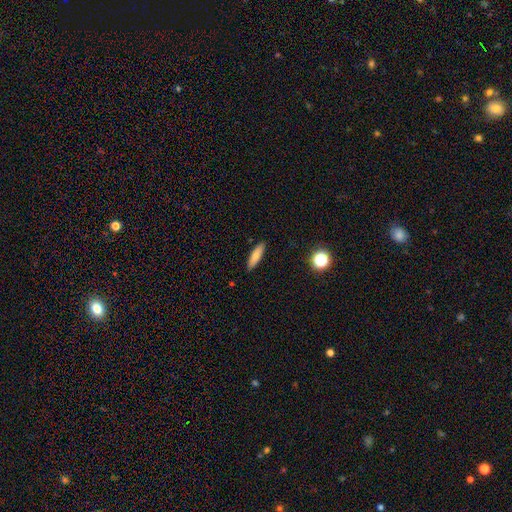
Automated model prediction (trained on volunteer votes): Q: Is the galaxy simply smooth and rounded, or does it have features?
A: smooth — 76%.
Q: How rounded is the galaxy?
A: cigar-shaped — 65%.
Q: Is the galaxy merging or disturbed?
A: none — 89%.